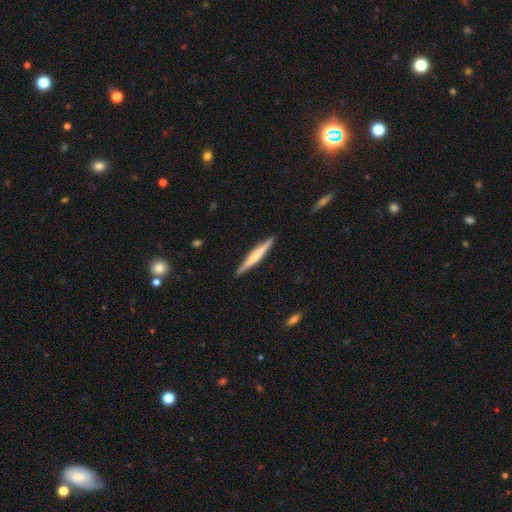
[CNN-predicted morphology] Smooth or featured? featured or disk (62%)
Edge-on disk? yes (98%)
Edge-on bulge? rounded (67%)
Merging? none (90%)